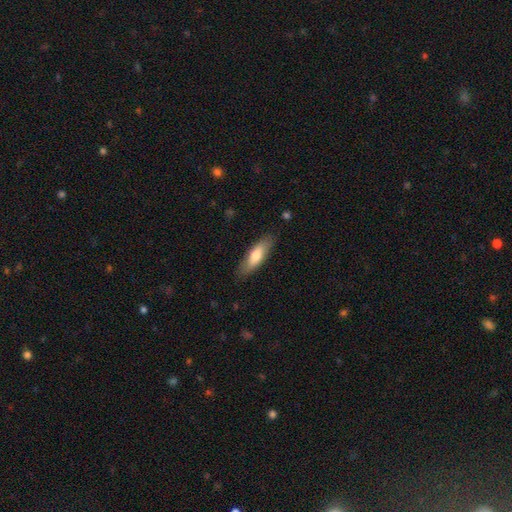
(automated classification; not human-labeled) smooth_or_featured: smooth (p=0.70) [alt: featured or disk p=0.24]
how_rounded: in between (p=0.52) [alt: cigar-shaped p=0.46]
merging: none (p=0.84) [alt: minor disturbance p=0.12]